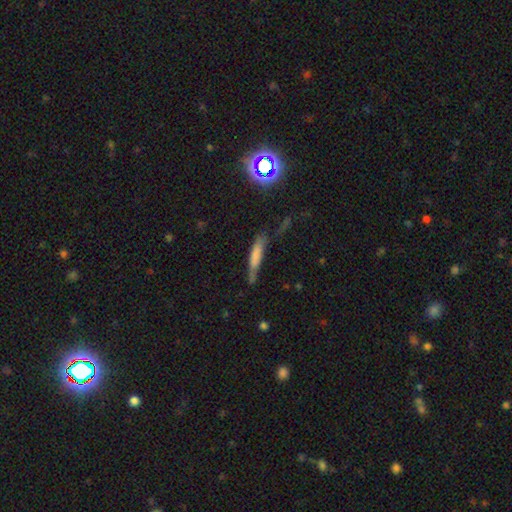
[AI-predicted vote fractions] A smooth galaxy with no disk features (66%) that is cigar-shaped (85%). Merging: none (51%).